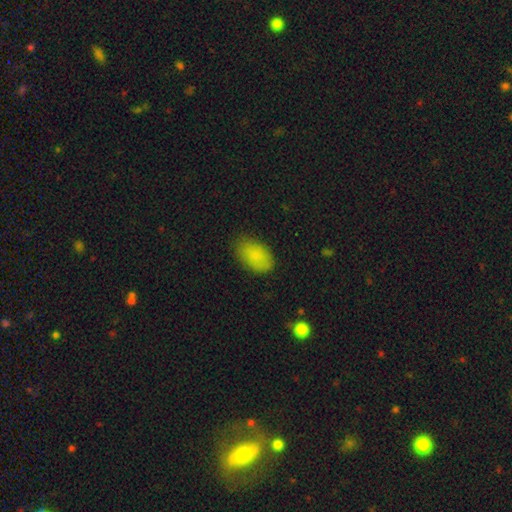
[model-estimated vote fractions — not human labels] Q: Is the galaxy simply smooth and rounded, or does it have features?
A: smooth — 84%.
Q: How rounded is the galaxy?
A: in between — 91%.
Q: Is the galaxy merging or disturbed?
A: none — 77%.